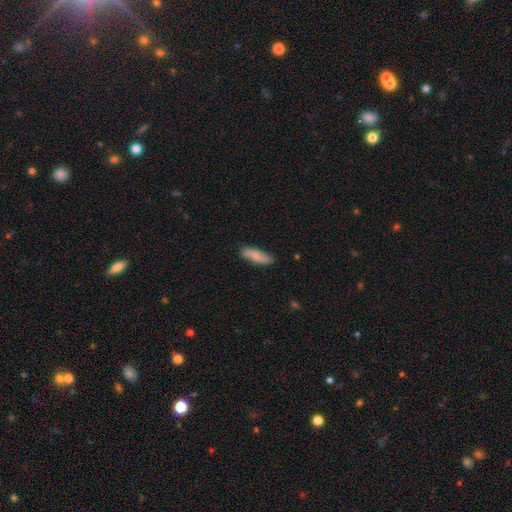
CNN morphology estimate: smooth_or_featured: smooth (p=0.81) [alt: featured or disk p=0.13]
how_rounded: cigar-shaped (p=0.50) [alt: in between p=0.48]
merging: none (p=0.81) [alt: minor disturbance p=0.15]